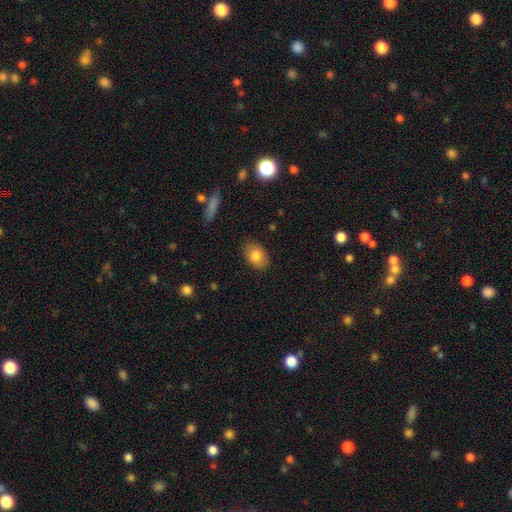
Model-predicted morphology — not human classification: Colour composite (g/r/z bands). It shows a smooth galaxy with no disk features (82%) that is in between round and cigar-shaped (80%). Merging: none (86%).